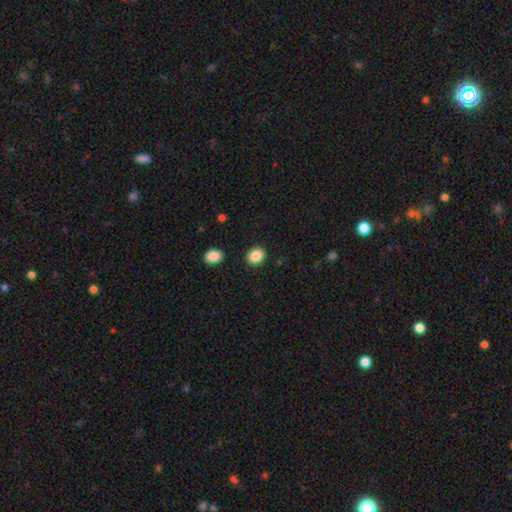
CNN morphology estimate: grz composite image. It shows a smooth galaxy with no disk features (88%) that is in between round and cigar-shaped (56%). Merging: none (88%).